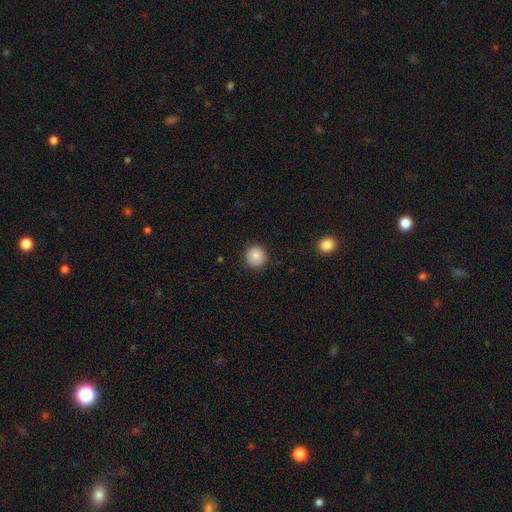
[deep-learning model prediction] smooth_or_featured: smooth (p=0.81) [alt: featured or disk p=0.11]
how_rounded: round (p=0.93) [alt: in between p=0.06]
merging: none (p=0.89) [alt: minor disturbance p=0.08]